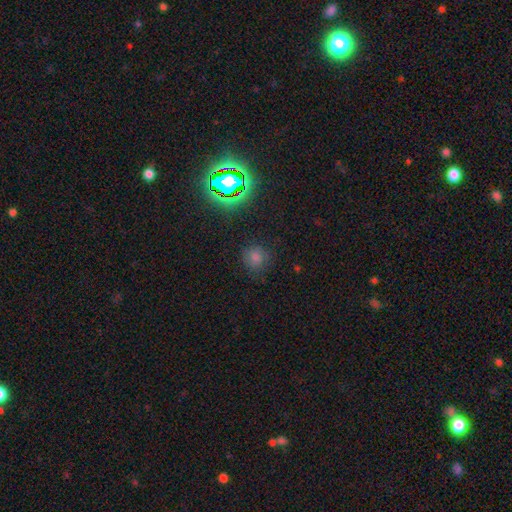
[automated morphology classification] Overall: smooth (58%; star or artifact 34%). How rounded: round (89%). Merging: none (83%).